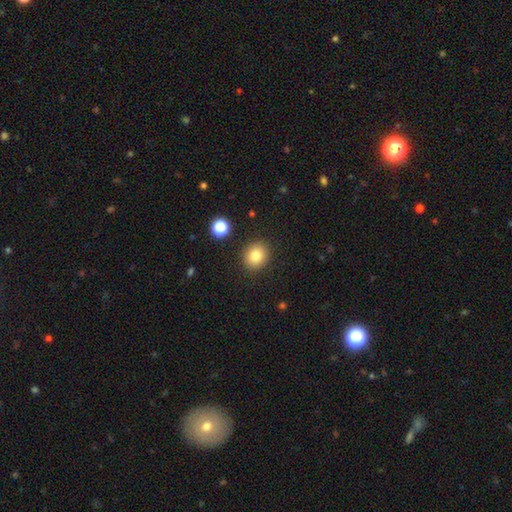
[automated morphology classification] A smooth galaxy with no disk features (83%) that is round (77%).

Vote fractions:
- Smooth or featured? smooth: 83% / star or artifact: 11% / featured or disk: 7%
- How rounded? round: 77% / in between: 22% / cigar-shaped: 1%
- Merging? none: 88% / minor disturbance: 7% / major disturbance: 2% / merger: 2%